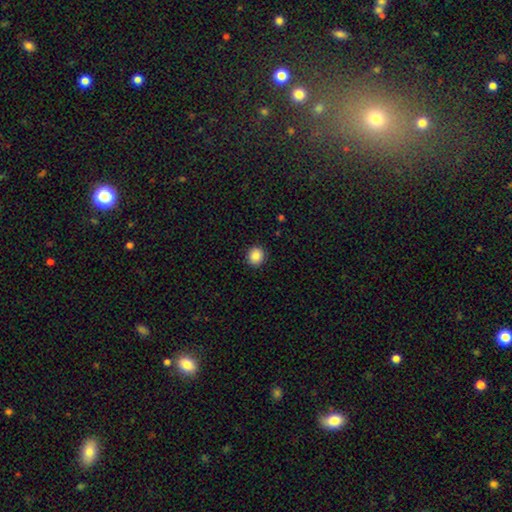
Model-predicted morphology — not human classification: smooth-or-featured: smooth: 87% | star or artifact: 9% | featured or disk: 4%
  how-rounded: round: 86% | in between: 13% | cigar-shaped: 1%
  merging: none: 91% | minor disturbance: 6% | major disturbance: 2% | merger: 1%